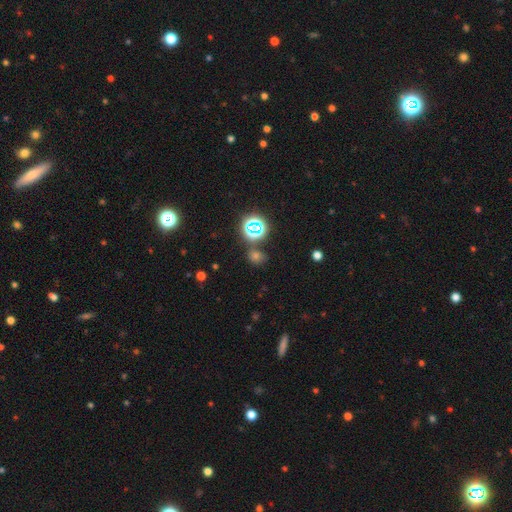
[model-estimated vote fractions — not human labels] Q: Smooth or featured?
A: smooth (48%); runner-up: star or artifact (44%)
Q: Merging?
A: none (77%); runner-up: merger (10%)